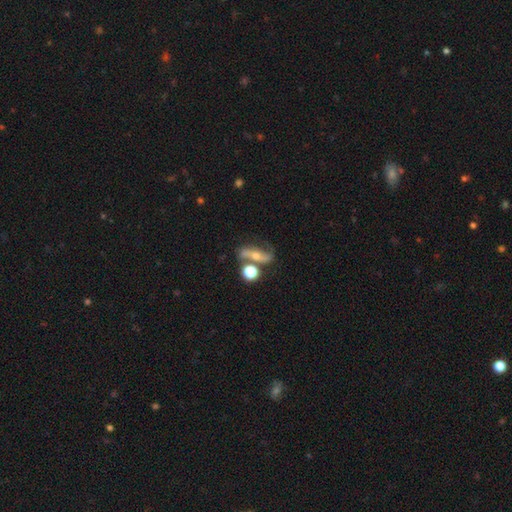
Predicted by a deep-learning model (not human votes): Smooth or featured? Predicted: featured or disk (p=0.63). Edge-on disk? Predicted: no (p=0.85). Bar? Predicted: no (p=0.45). Spiral arms? Predicted: yes (p=0.83). Bulge size? Predicted: moderate (p=0.53). Merging? Predicted: none (p=0.54).